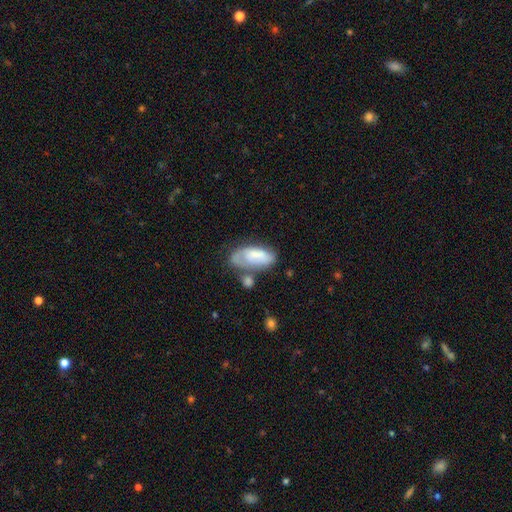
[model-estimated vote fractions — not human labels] This is likely a smooth galaxy (63%). How rounded: clearly in between (88%). Merging: marginally none (37%).